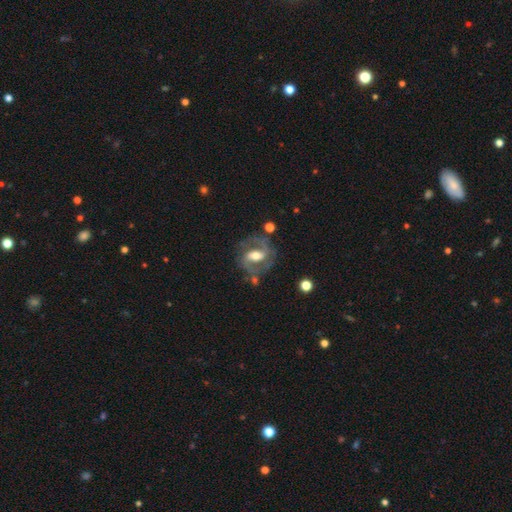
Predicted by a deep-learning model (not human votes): Q: Smooth or featured?
A: featured or disk (82%); runner-up: smooth (12%)
Q: Edge-on disk?
A: no (97%); runner-up: yes (3%)
Q: Bar?
A: weak (41%); tied with: strong (41%)
Q: Spiral arms?
A: yes (91%); runner-up: no (9%)
Q: Spiral winding?
A: medium (56%); runner-up: tight (26%)
Q: Spiral arm count?
A: 2 (88%); runner-up: can't tell (5%)
Q: Bulge size?
A: moderate (65%); runner-up: small (17%)
Q: Merging?
A: none (69%); runner-up: minor disturbance (17%)